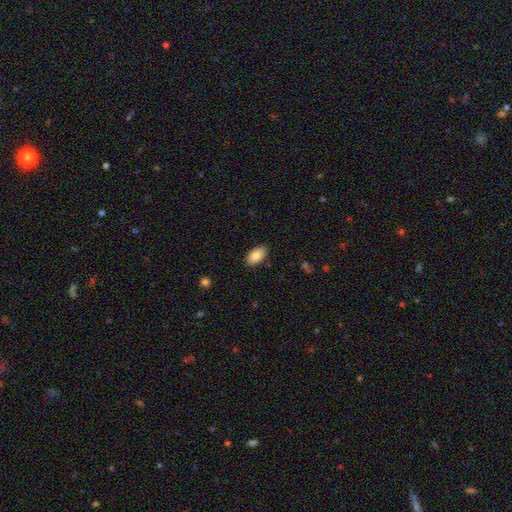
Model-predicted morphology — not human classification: Smooth or featured?
  - smooth: 84% *
  - featured or disk: 9%
  - star or artifact: 7%
How rounded?
  - in between: 94% *
  - round: 4%
  - cigar-shaped: 2%
Merging?
  - none: 87% *
  - minor disturbance: 10%
  - major disturbance: 2%
  - merger: 1%